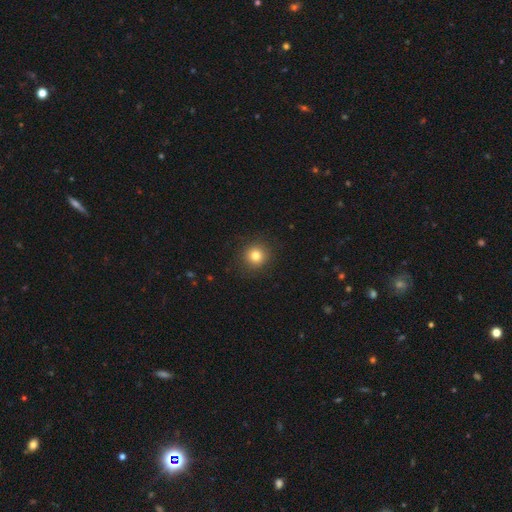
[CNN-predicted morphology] A smooth galaxy with no disk features (80%) that is round (93%).

Vote fractions:
- Smooth or featured? smooth: 80% / star or artifact: 13% / featured or disk: 7%
- How rounded? round: 93% / in between: 6% / cigar-shaped: 1%
- Merging? none: 90% / minor disturbance: 6% / major disturbance: 2% / merger: 1%